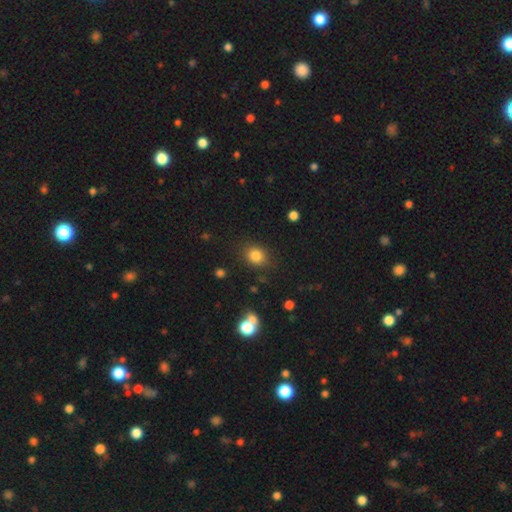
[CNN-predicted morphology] Smooth or featured? smooth (82%)
How rounded? round (58%)
Merging? none (85%)